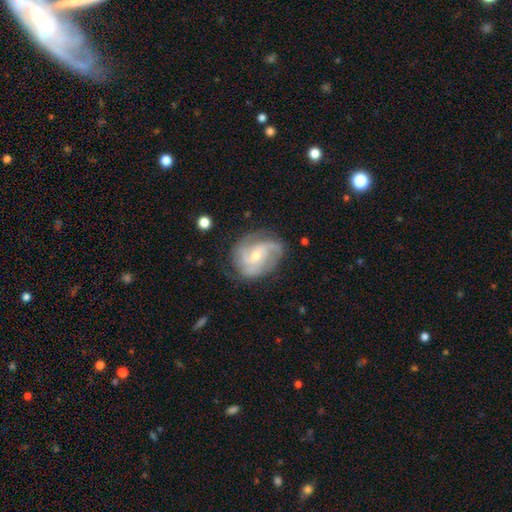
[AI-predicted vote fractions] featured or disk 85%, smooth 10%, star or artifact 6%. Down the decision tree: edge-on disk — no (97%); bar — no (49%); spiral arms — yes (96%); spiral arm count — 2 (40%); spiral winding — medium (45%); bulge size — small (49%); merging — none (70%).